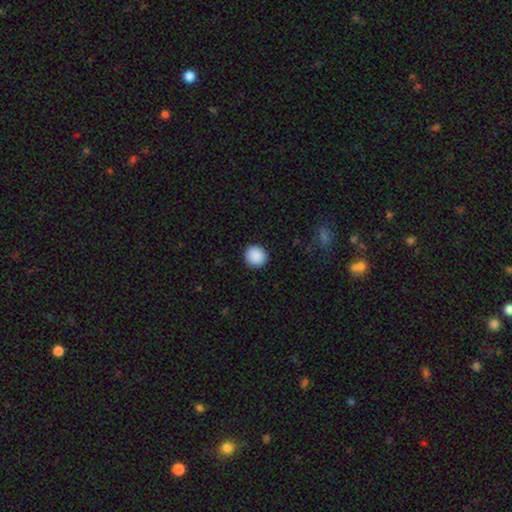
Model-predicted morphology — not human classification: Smooth or featured? smooth (90%)
How rounded? round (89%)
Merging? none (91%)